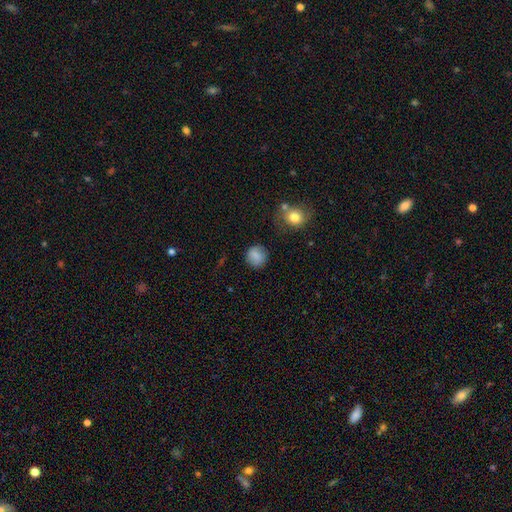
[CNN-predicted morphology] The model was most divided on "merging": none: 82%, minor disturbance: 12%, major disturbance: 4%, merger: 2%. More confident: how rounded — round (88%); smooth or featured — smooth (82%).